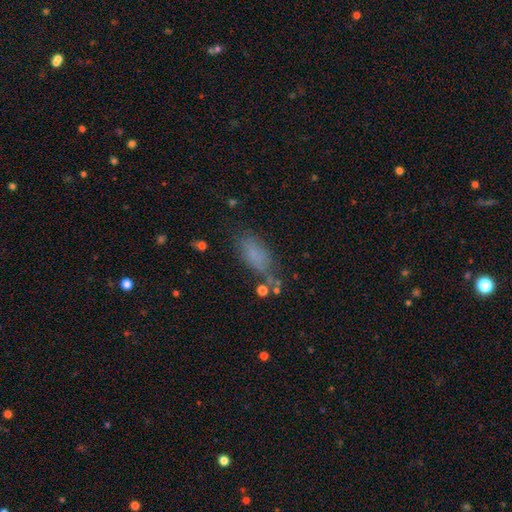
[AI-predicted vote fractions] Q: Smooth or featured?
A: smooth (72%); runner-up: star or artifact (14%)
Q: How rounded?
A: in between (78%); runner-up: cigar-shaped (18%)
Q: Merging?
A: none (56%); runner-up: minor disturbance (24%)